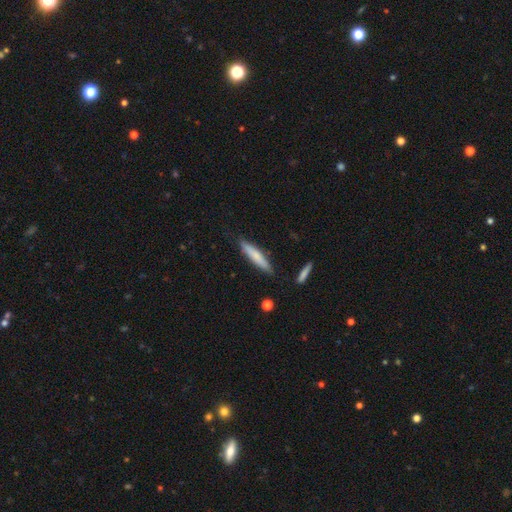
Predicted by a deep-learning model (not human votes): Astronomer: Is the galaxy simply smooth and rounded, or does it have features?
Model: smooth — 74%.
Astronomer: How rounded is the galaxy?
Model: cigar-shaped — 88%.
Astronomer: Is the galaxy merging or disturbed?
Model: none — 84%.